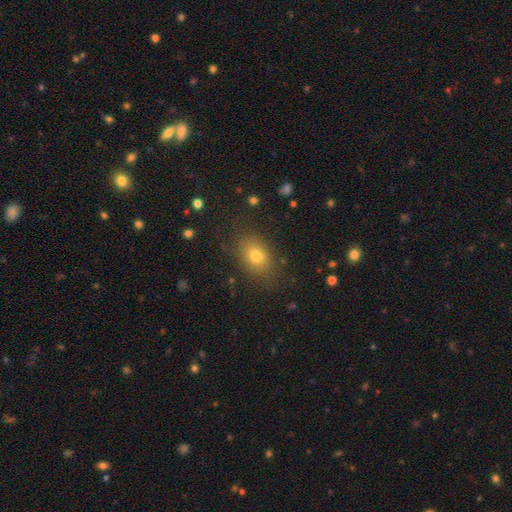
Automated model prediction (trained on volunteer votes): This appears to be a smooth galaxy with no disk features (73%) that is in between round and cigar-shaped (72%). Merging: none (81%).